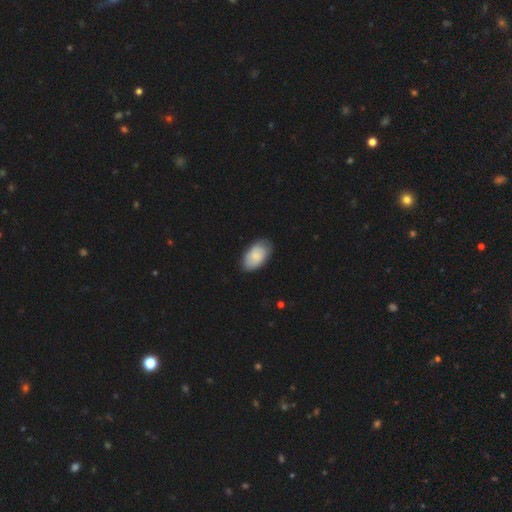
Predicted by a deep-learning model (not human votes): A smooth galaxy with no disk features (78%) that is in between round and cigar-shaped (94%). Merging: none (77%).